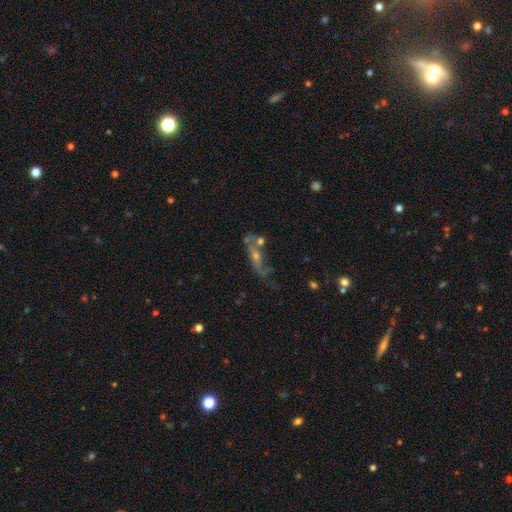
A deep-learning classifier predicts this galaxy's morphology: Smooth or featured? Predicted: featured or disk (p=0.60). Edge-on disk? Predicted: no (p=0.63). Merging? Predicted: none (p=0.46).